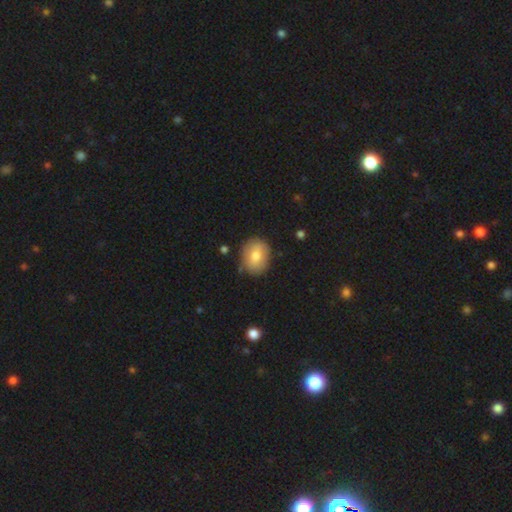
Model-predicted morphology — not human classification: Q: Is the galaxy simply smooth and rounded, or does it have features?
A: smooth — 77%.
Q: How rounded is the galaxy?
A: round — 51%.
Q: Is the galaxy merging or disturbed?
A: none — 78%.